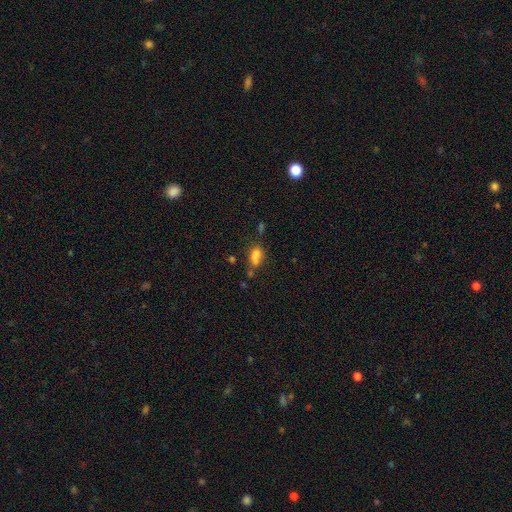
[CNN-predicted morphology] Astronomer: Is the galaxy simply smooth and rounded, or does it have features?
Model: smooth — 75%.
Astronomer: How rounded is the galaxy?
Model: in between — 80%.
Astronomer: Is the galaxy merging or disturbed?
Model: none — 40% (runner-up: merger, 24%).